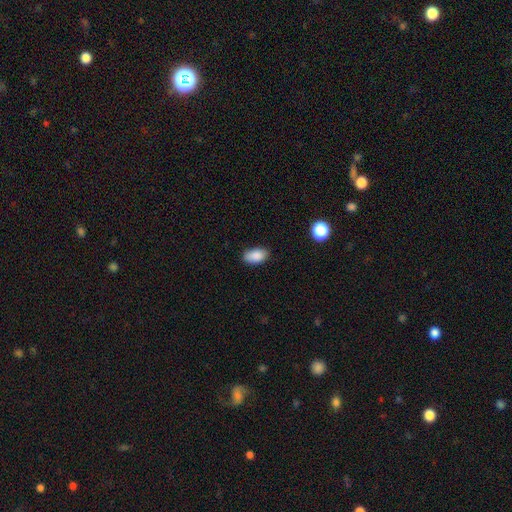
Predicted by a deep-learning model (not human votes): smooth_or_featured: smooth (p=0.88) [alt: star or artifact p=0.08]
how_rounded: in between (p=0.93) [alt: round p=0.05]
merging: none (p=0.84) [alt: minor disturbance p=0.13]